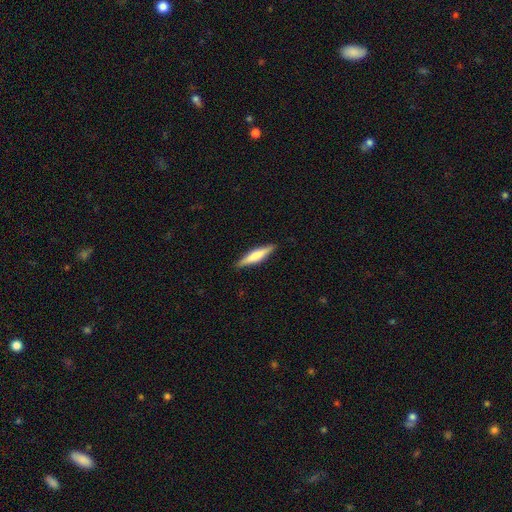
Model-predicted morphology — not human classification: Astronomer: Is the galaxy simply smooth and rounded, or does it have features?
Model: smooth — 55% (runner-up: featured or disk, 39%).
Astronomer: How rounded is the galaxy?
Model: cigar-shaped — 86%.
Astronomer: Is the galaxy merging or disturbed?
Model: none — 90%.